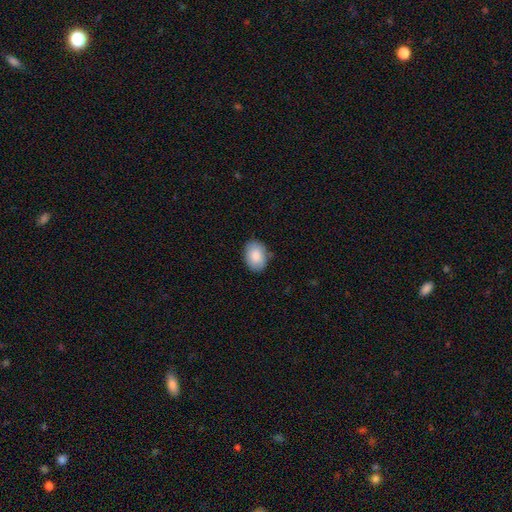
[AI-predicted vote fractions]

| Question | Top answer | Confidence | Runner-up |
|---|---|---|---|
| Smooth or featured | smooth | 85% | featured or disk (9%) |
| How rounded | in between | 76% | round (23%) |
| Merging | none | 81% | minor disturbance (15%) |